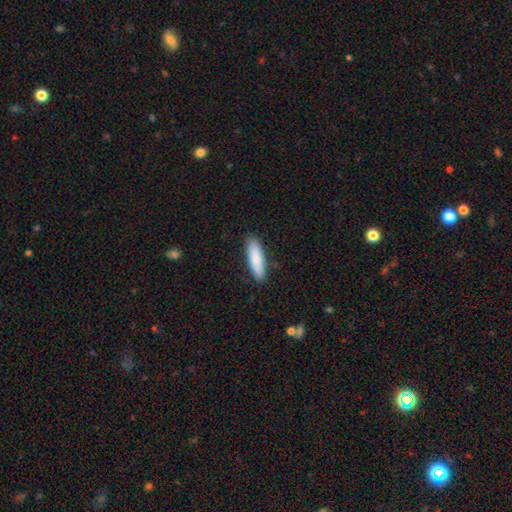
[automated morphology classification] This appears to be a smooth galaxy with no disk features (85%) that is cigar-shaped (69%). Merging: none (89%).